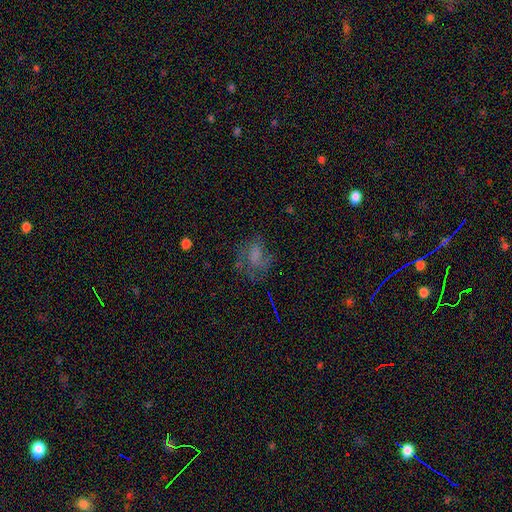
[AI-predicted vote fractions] This is possibly a featured or disk galaxy (54%). It is clearly not viewed edge-on (97%). Bar: likely no (61%). Spiral arm pattern: likely yes (76%). Central bulge: possibly none (52%). Merging: possibly none (50%).